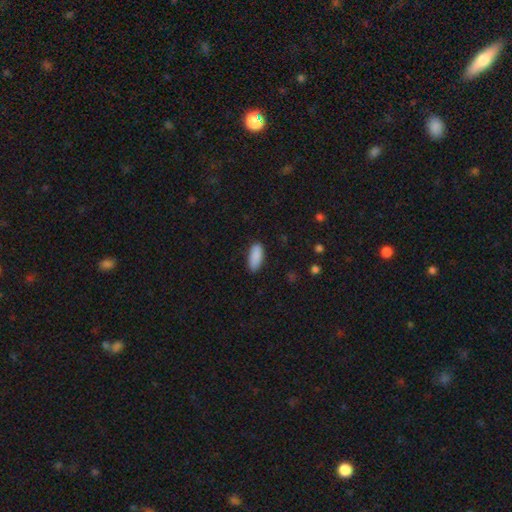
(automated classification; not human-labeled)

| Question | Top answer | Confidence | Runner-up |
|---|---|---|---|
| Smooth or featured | smooth | 90% | star or artifact (6%) |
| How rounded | in between | 81% | cigar-shaped (17%) |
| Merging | none | 86% | minor disturbance (10%) |